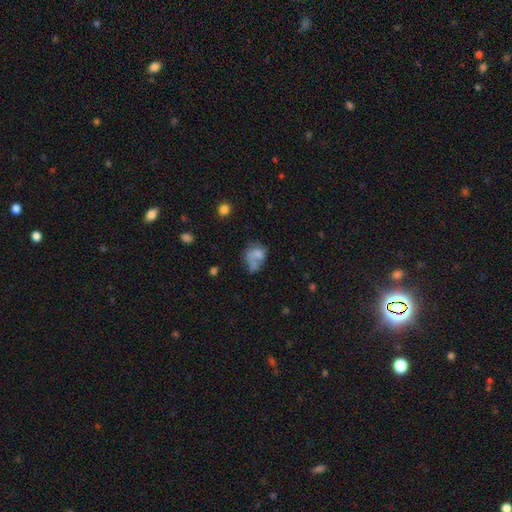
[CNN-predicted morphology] smooth_or_featured: smooth (p=0.60) [alt: featured or disk p=0.28]
how_rounded: in between (p=0.58) [alt: round p=0.40]
merging: merger (p=0.31) [alt: none p=0.25]